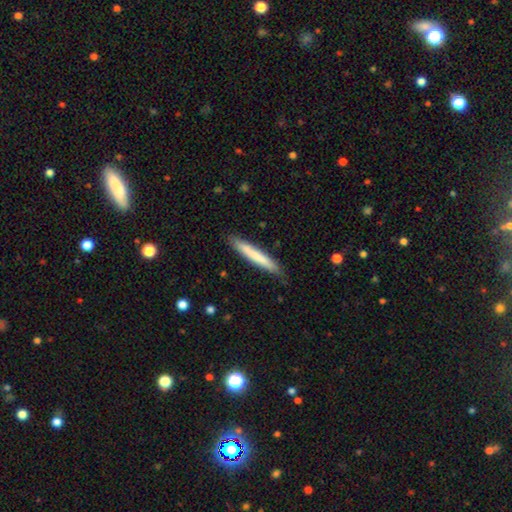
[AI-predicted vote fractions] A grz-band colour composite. It shows a smooth galaxy with no disk features (74%) that is cigar-shaped (95%). Merging: none (85%).